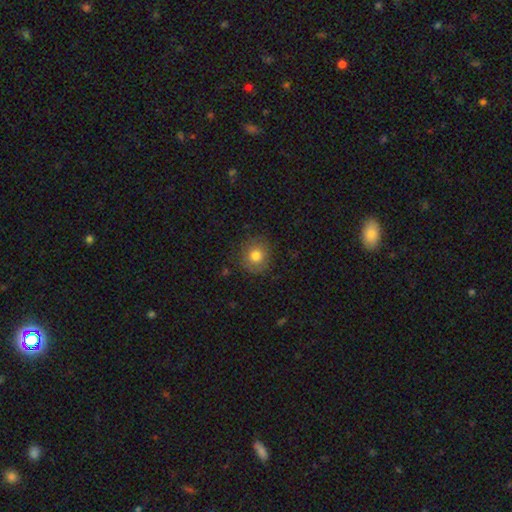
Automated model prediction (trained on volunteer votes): smooth_or_featured: smooth (p=0.78) [alt: featured or disk p=0.11]
how_rounded: round (p=0.88) [alt: in between p=0.11]
merging: none (p=0.84) [alt: minor disturbance p=0.12]